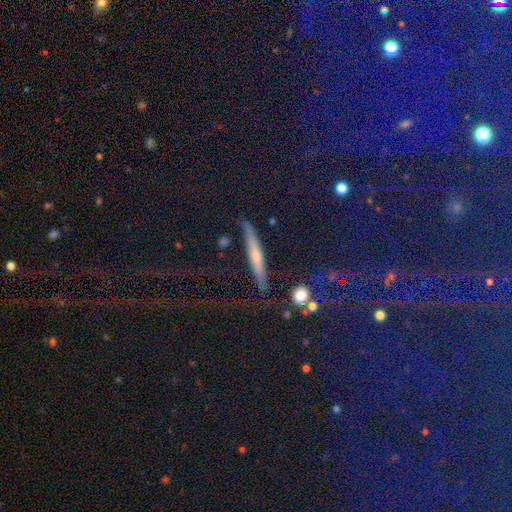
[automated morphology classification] smooth 44%, featured or disk 40%, star or artifact 16%. Down the decision tree: merging — none (80%).